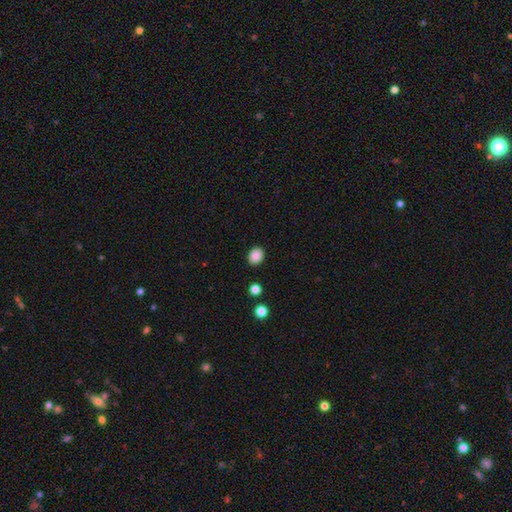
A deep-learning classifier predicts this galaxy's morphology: A smooth galaxy with no disk features (88%) that is in between round and cigar-shaped (50%).

Vote fractions:
- Smooth or featured? smooth: 88% / star or artifact: 9% / featured or disk: 3%
- How rounded? in between: 50% / round: 49% / cigar-shaped: 1%
- Merging? none: 89% / minor disturbance: 7% / major disturbance: 2% / merger: 2%